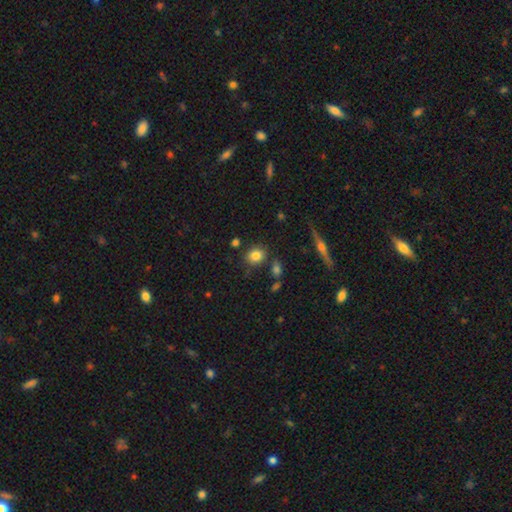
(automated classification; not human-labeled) Q: Smooth or featured?
A: smooth (81%); runner-up: star or artifact (10%)
Q: How rounded?
A: round (72%); runner-up: in between (27%)
Q: Merging?
A: none (81%); runner-up: minor disturbance (11%)